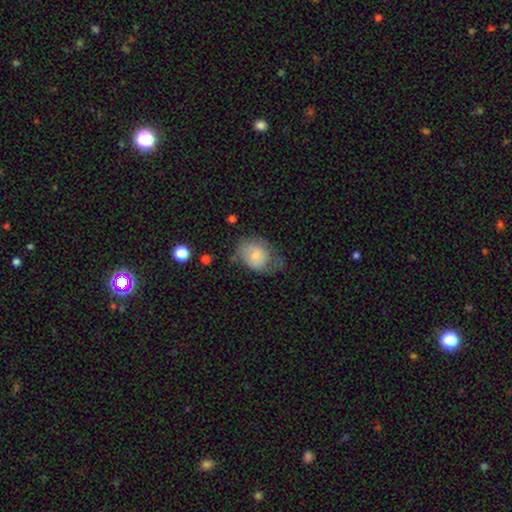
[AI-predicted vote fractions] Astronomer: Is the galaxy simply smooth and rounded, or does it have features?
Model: smooth — 66%.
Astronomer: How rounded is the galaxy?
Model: in between — 62%.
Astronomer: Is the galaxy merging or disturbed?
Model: none — 34%, tied with minor disturbance at 34%.